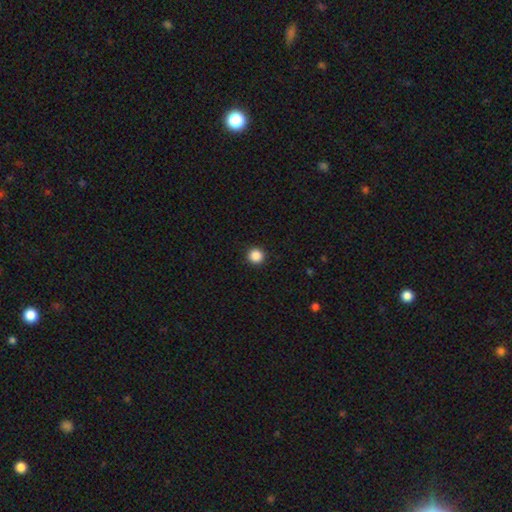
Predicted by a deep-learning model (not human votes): A smooth galaxy with no disk features (87%) that is round (95%). Merging: none (93%).